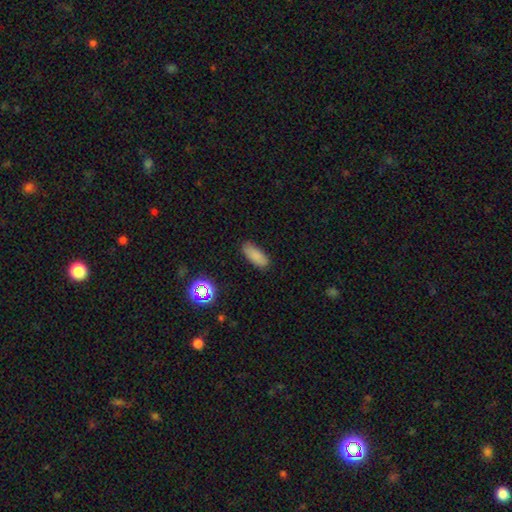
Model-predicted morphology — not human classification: This appears to be a smooth galaxy with no disk features (83%) that is in between round and cigar-shaped (78%). Merging: none (86%).